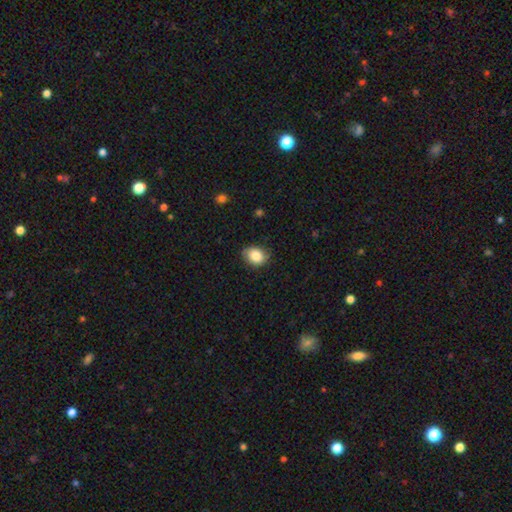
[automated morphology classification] Smooth or featured: smooth — 84% (star or artifact — 8%)
How rounded: in between — 57% (round — 43%)
Merging: none — 80% (minor disturbance — 17%)